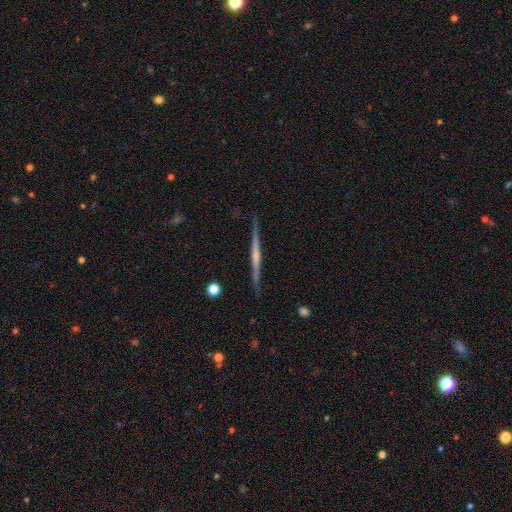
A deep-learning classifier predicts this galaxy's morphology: featured or disk 76%, smooth 18%, star or artifact 6%. Down the decision tree: edge-on disk — yes (98%); edge-on bulge — rounded (55%); merging — none (90%).